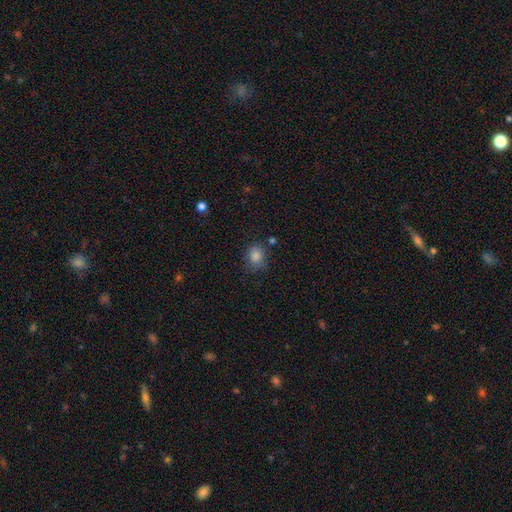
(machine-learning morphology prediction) Smooth or featured: smooth — 83% (star or artifact — 12%)
How rounded: round — 63% (in between — 36%)
Merging: none — 75% (minor disturbance — 16%)